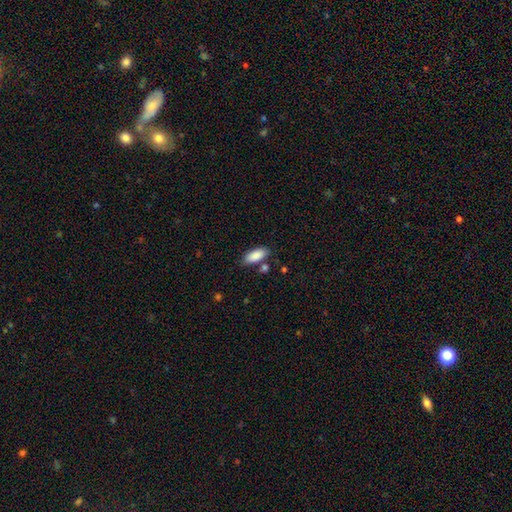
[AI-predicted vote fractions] Overall: smooth (88%). How rounded: in between (85%). Merging: none (74%).